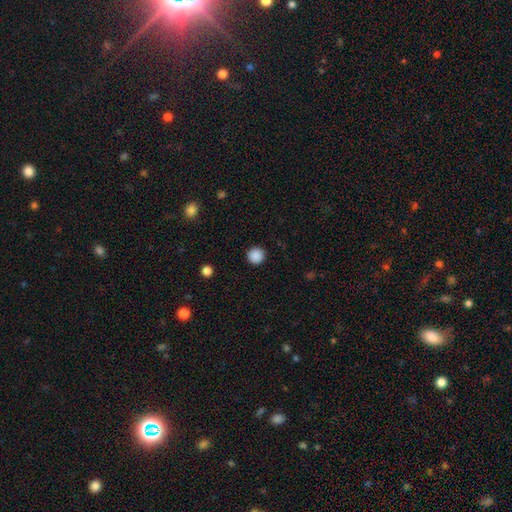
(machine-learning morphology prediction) The model was most divided on "smooth or featured": smooth: 89%, star or artifact: 9%, featured or disk: 2%. More confident: how rounded — round (96%); merging — none (93%).